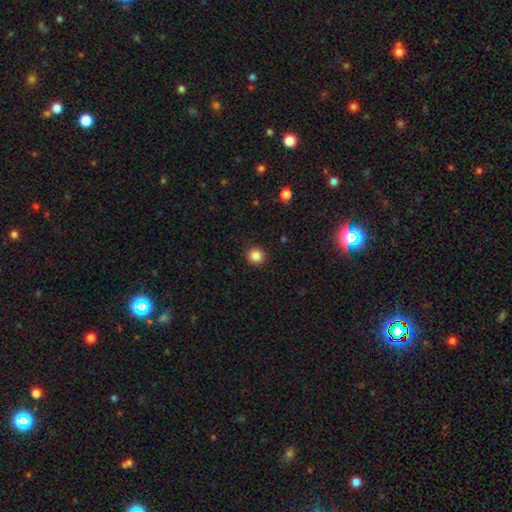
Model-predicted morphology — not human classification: Smooth or featured? smooth (86%)
How rounded? round (93%)
Merging? none (92%)